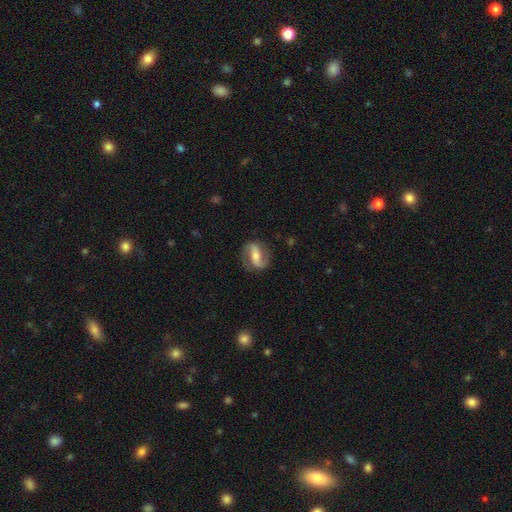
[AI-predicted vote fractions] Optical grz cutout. It shows a featured or disk galaxy (77%) with a strong bar (49%), 2 (90%) loose (42%) spiral arms (90%) and a moderate central bulge (56%). Merging: none (80%).